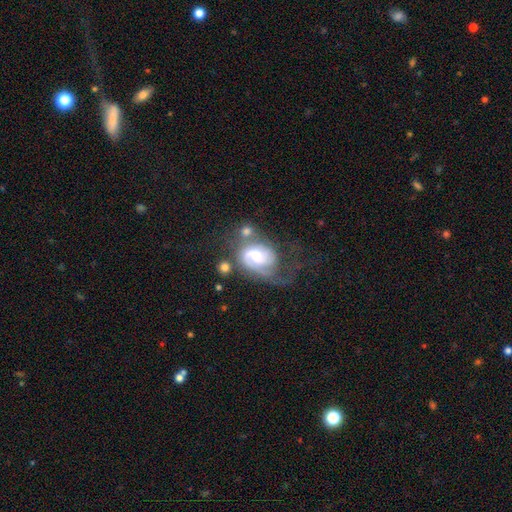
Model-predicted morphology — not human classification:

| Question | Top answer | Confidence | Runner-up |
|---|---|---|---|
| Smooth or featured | featured or disk | 77% | smooth (16%) |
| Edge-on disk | no | 97% | yes (3%) |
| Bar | no | 48% | weak (41%) |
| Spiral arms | yes | 92% | no (8%) |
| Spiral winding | tight | 40% | tied: medium (40%) |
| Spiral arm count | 2 | 42% | 1 (37%) |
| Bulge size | moderate | 42% | large (23%) |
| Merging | major disturbance | 37% | none (29%) |